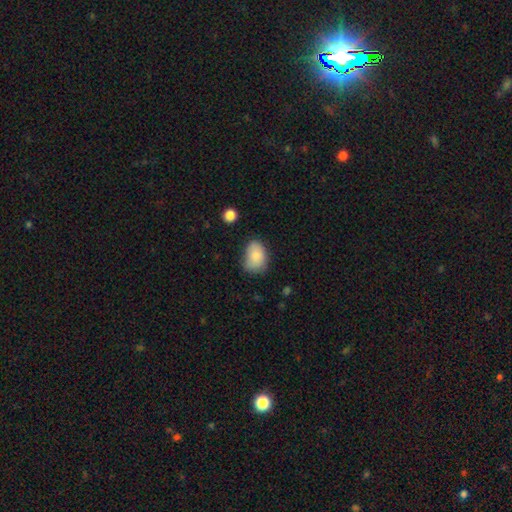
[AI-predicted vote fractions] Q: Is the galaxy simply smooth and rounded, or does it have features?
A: smooth — 82%.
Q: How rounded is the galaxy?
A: in between — 79%.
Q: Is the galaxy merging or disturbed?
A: none — 58%.